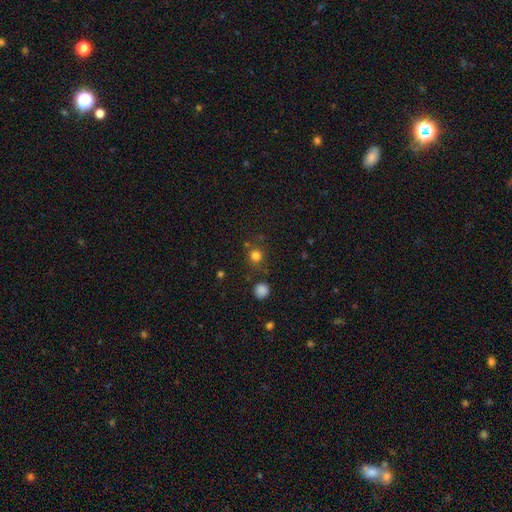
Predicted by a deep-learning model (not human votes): A smooth galaxy with no disk features (78%) that is round (91%). Merging: none (80%).